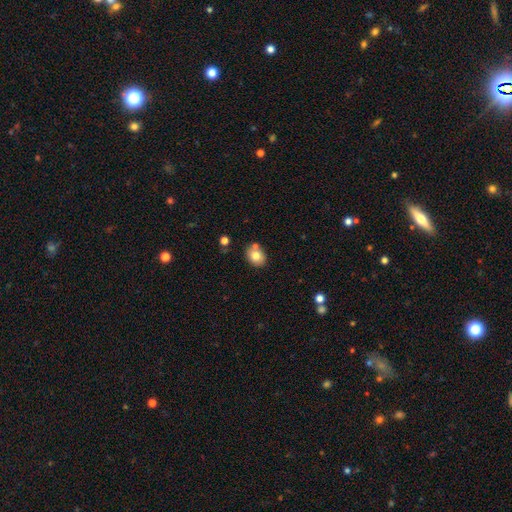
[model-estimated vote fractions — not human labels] This is likely a smooth galaxy (77%). How rounded: possibly in between (50%). Merging: likely none (69%).